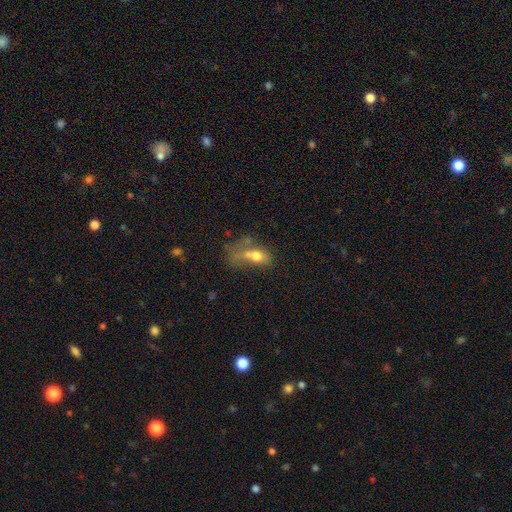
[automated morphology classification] Q: Smooth or featured?
A: smooth (63%); runner-up: featured or disk (25%)
Q: How rounded?
A: in between (74%); runner-up: round (17%)
Q: Merging?
A: major disturbance (38%); runner-up: merger (28%)